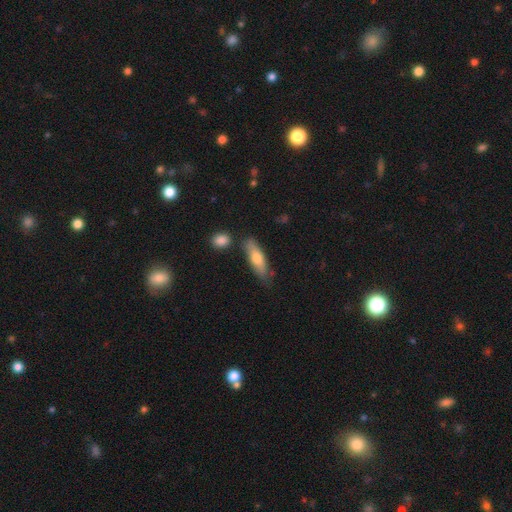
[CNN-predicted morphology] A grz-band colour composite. It shows a smooth galaxy with no disk features (68%) that is cigar-shaped (54%). Merging: none (74%).